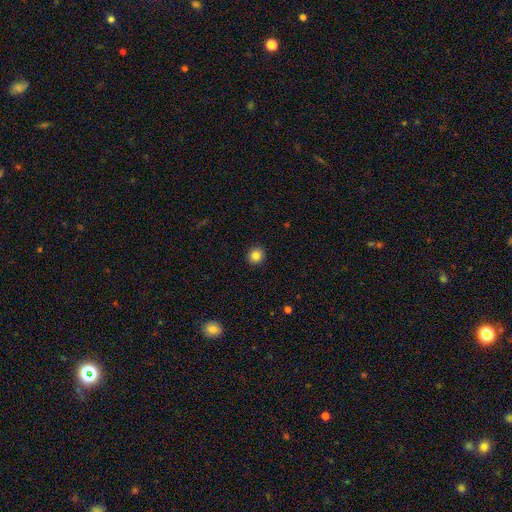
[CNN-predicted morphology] This is clearly a smooth galaxy (85%). How rounded: clearly round (89%). Merging: clearly none (92%).